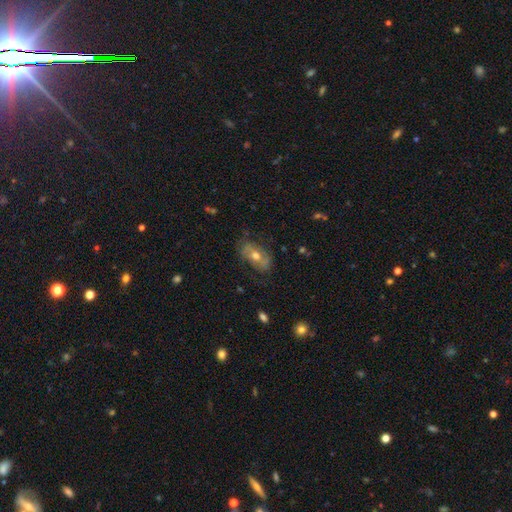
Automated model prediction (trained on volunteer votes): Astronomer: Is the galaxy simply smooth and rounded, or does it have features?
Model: featured or disk — 55% (runner-up: smooth, 36%).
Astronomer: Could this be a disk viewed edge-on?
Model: no — 89%.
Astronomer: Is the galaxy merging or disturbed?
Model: none — 72%.